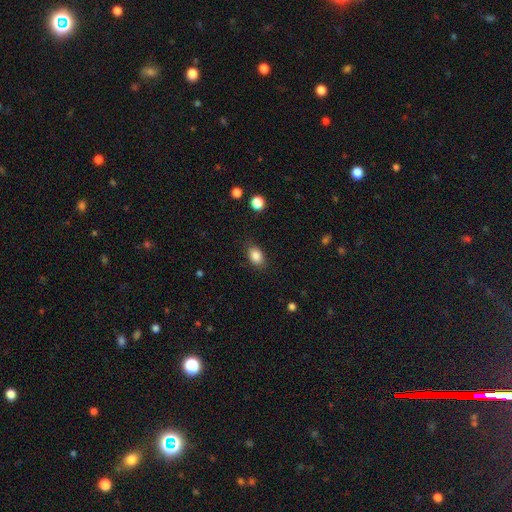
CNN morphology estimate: smooth-or-featured: smooth: 87% | star or artifact: 9% | featured or disk: 5%
  how-rounded: in between: 81% | round: 17% | cigar-shaped: 1%
  merging: none: 84% | minor disturbance: 12% | major disturbance: 3% | merger: 1%